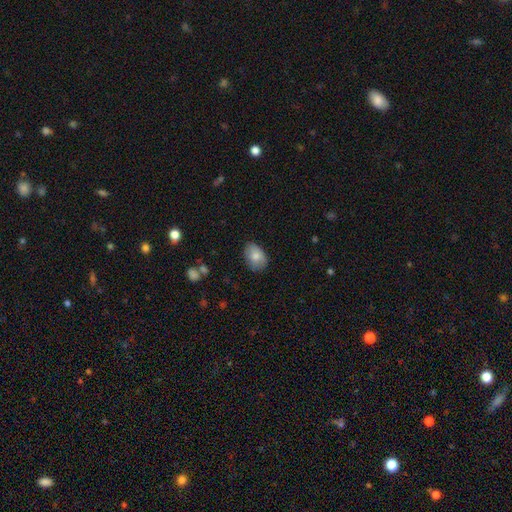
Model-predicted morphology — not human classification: A smooth galaxy with no disk features (80%) that is in between round and cigar-shaped (84%).

Vote fractions:
- Smooth or featured? smooth: 80% / featured or disk: 13% / star or artifact: 7%
- How rounded? in between: 84% / round: 15% / cigar-shaped: 1%
- Merging? none: 78% / minor disturbance: 18% / major disturbance: 3% / merger: 1%